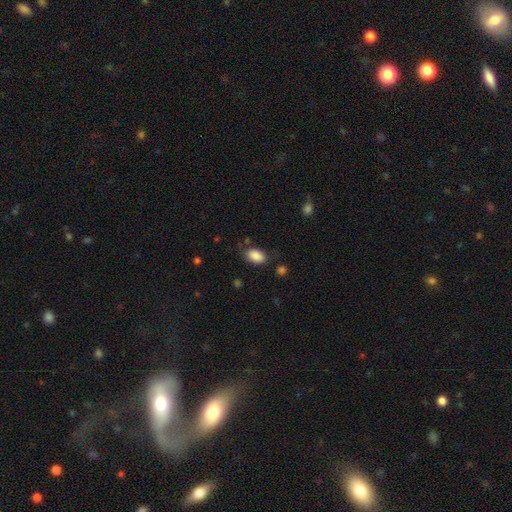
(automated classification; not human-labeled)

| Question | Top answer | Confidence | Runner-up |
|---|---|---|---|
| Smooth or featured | smooth | 88% | star or artifact (8%) |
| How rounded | in between | 90% | round (8%) |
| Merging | none | 75% | minor disturbance (17%) |